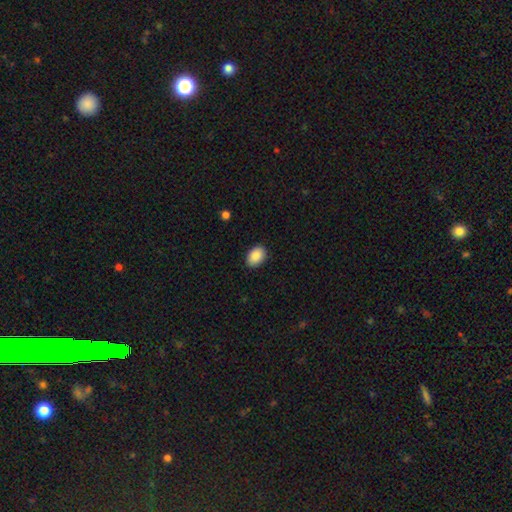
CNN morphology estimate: type=smooth (89%); roundness=in between (81%); merging=none (89%).